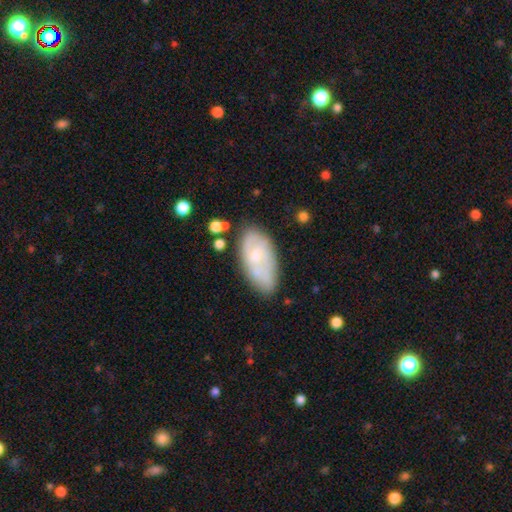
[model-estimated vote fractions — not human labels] This is possibly a featured or disk galaxy (48%). Merging: likely none (64%).